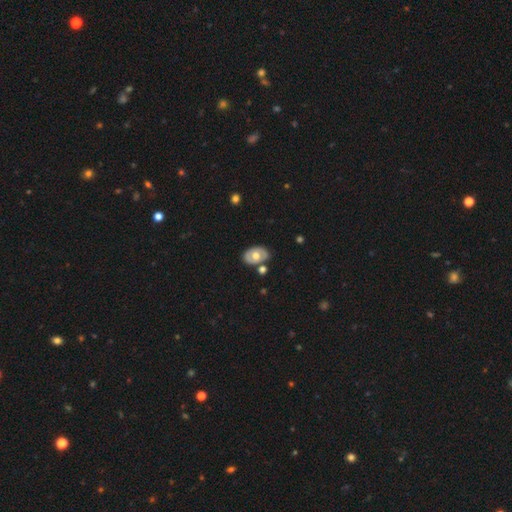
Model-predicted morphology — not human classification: A smooth galaxy with no disk features (48%). Merging: none (74%).